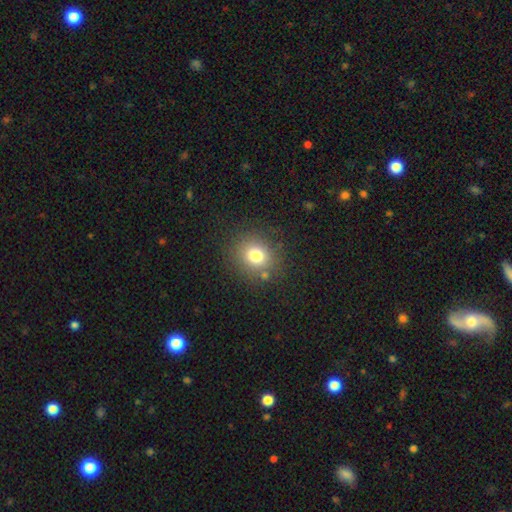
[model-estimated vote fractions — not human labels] This appears to be a smooth galaxy with no disk features (76%) that is round (80%). Merging: none (83%).